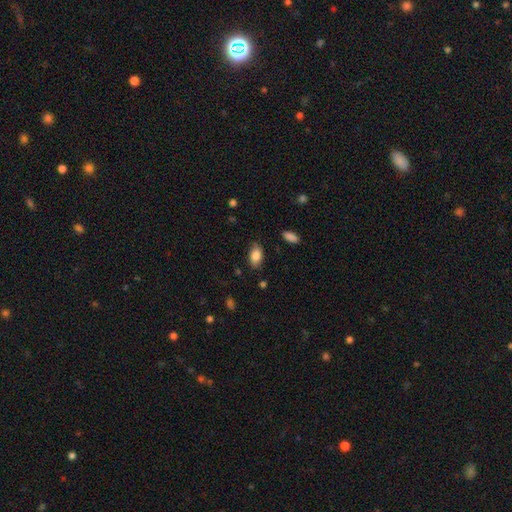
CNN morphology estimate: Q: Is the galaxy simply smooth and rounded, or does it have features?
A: smooth — 84%.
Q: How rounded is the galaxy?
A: in between — 92%.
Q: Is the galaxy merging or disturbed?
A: none — 82%.